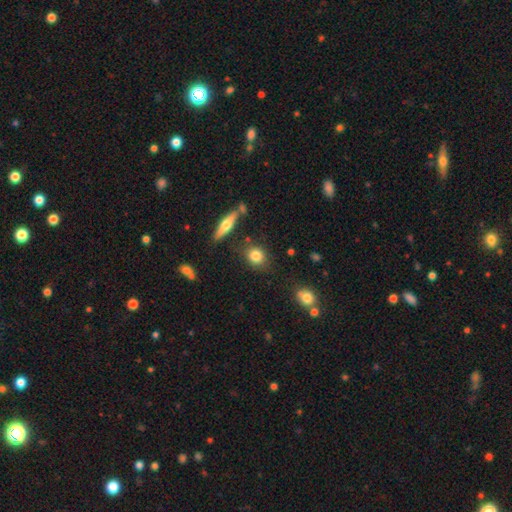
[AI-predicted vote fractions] Smooth or featured?
  - smooth: 81% *
  - featured or disk: 10%
  - star or artifact: 9%
How rounded?
  - round: 69% *
  - in between: 27%
  - cigar-shaped: 4%
Merging?
  - none: 78% *
  - minor disturbance: 12%
  - merger: 6%
  - major disturbance: 4%